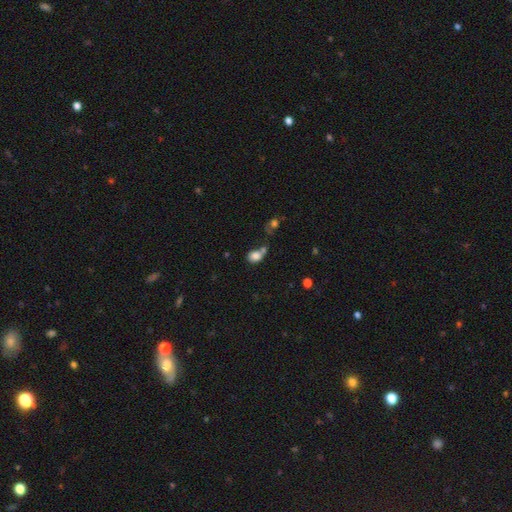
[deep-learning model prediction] A smooth galaxy with no disk features (81%) that is in between round and cigar-shaped (56%). Merging: merger (37%).